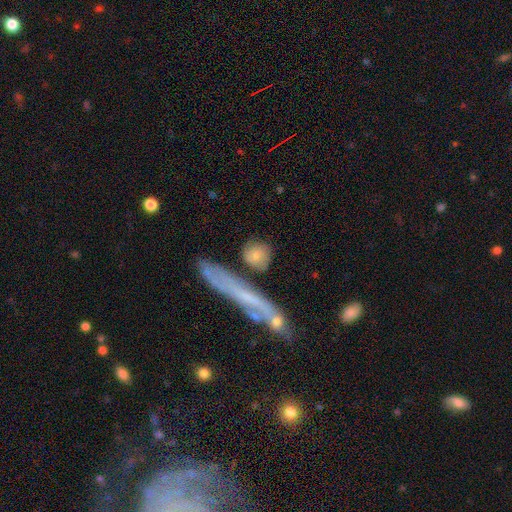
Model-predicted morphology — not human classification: A smooth galaxy with no disk features (74%) that is round (73%). Merging: none (72%).